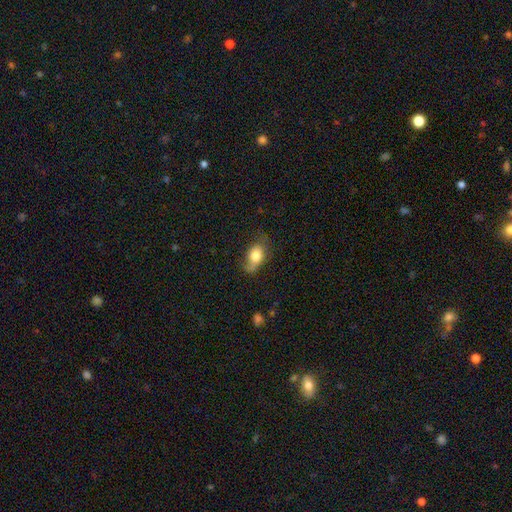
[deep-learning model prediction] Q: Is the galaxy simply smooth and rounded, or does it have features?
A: smooth — 73%.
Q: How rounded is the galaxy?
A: in between — 82%.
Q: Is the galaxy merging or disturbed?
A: none — 42%.